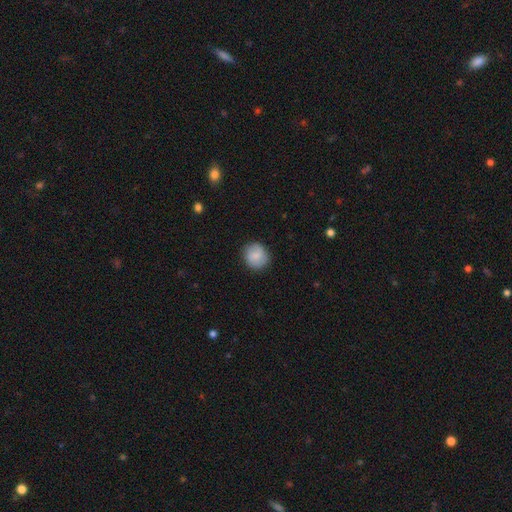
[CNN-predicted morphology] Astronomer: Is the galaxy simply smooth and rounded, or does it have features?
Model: smooth — 80%.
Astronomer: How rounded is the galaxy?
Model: round — 88%.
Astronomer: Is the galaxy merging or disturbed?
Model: none — 86%.